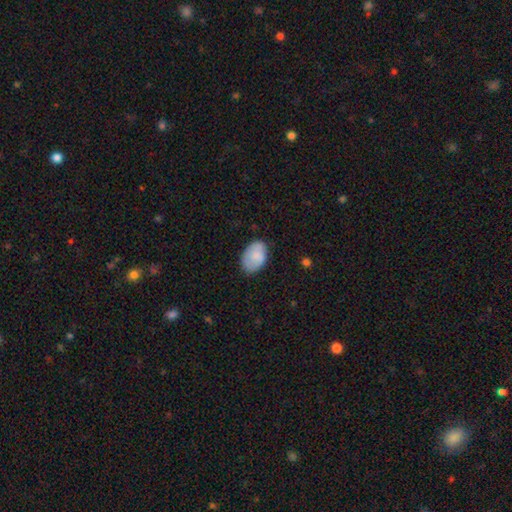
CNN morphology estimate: Smooth or featured? Predicted: smooth (p=0.79). How rounded? Predicted: in between (p=0.88). Merging? Predicted: none (p=0.73).